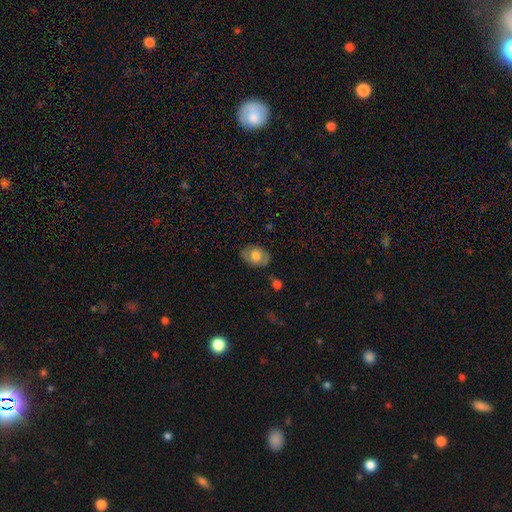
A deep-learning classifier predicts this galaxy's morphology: smooth-or-featured: smooth: 66% | featured or disk: 27% | star or artifact: 7%
  how-rounded: in between: 77% | round: 22% | cigar-shaped: 1%
  merging: none: 78% | minor disturbance: 16% | major disturbance: 4% | merger: 2%